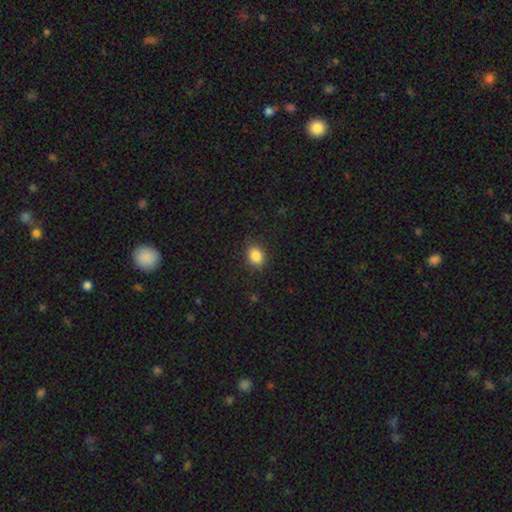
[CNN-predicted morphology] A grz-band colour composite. It shows a smooth galaxy with no disk features (86%) that is in between round and cigar-shaped (60%). Merging: none (84%).